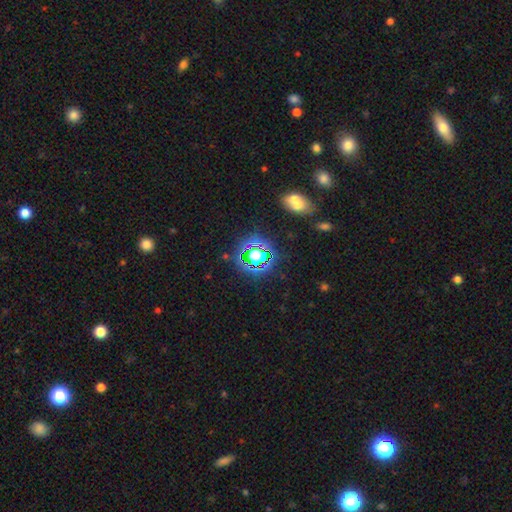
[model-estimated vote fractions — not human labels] smooth_or_featured: star or artifact (p=0.63) [alt: smooth p=0.25]